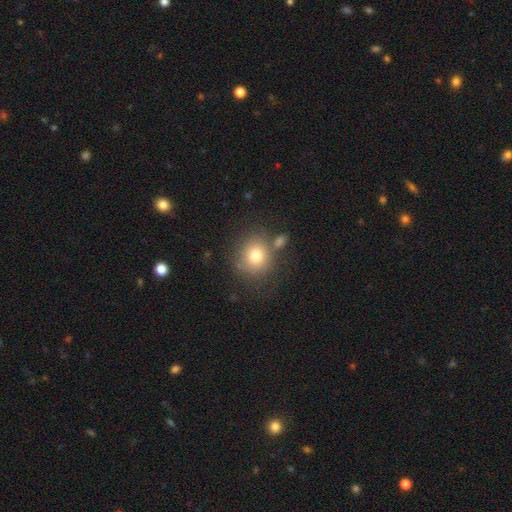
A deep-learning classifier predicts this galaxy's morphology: The model was most divided on "merging": none: 68%, minor disturbance: 14%, merger: 13%, major disturbance: 5%. More confident: how rounded — round (81%); smooth or featured — smooth (76%).